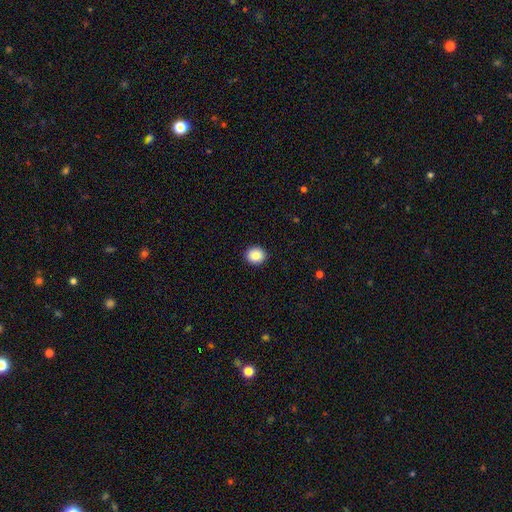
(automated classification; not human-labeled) Q: Smooth or featured?
A: smooth (86%); runner-up: star or artifact (8%)
Q: How rounded?
A: round (82%); runner-up: in between (17%)
Q: Merging?
A: none (92%); runner-up: minor disturbance (5%)